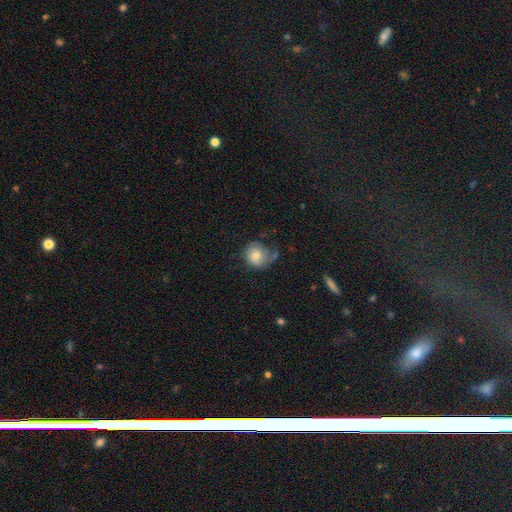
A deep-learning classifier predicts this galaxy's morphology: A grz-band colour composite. It shows a smooth galaxy with no disk features (63%) that is round (77%). Merging: none (48%).